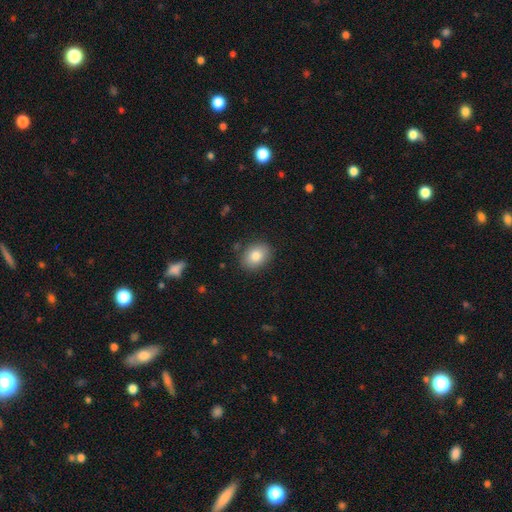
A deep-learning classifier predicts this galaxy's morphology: The model was most divided on "how rounded": in between: 63%, round: 36%, cigar-shaped: 1%. More confident: merging — none (85%); smooth or featured — smooth (82%).